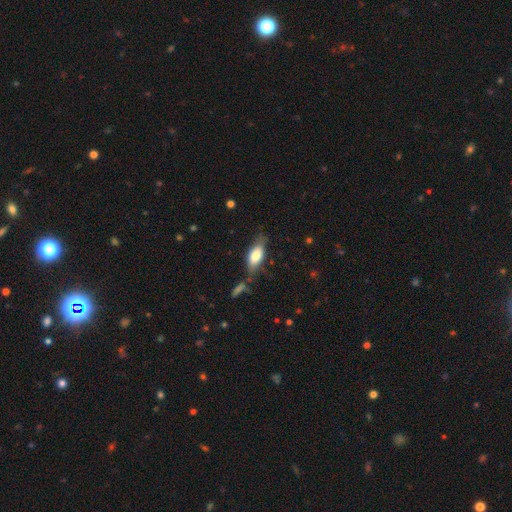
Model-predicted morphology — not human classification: Q: Smooth or featured?
A: smooth (73%); runner-up: featured or disk (20%)
Q: How rounded?
A: in between (79%); runner-up: cigar-shaped (18%)
Q: Merging?
A: none (61%); runner-up: minor disturbance (23%)